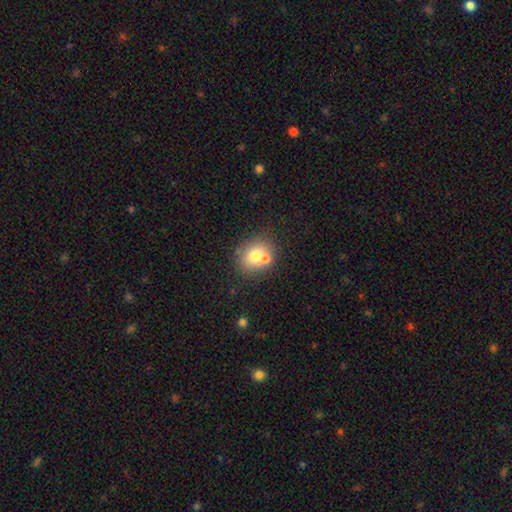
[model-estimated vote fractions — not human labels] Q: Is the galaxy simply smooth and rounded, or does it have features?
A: smooth — 68%.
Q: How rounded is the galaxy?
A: round — 66%.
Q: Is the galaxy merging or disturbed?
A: none — 56%.